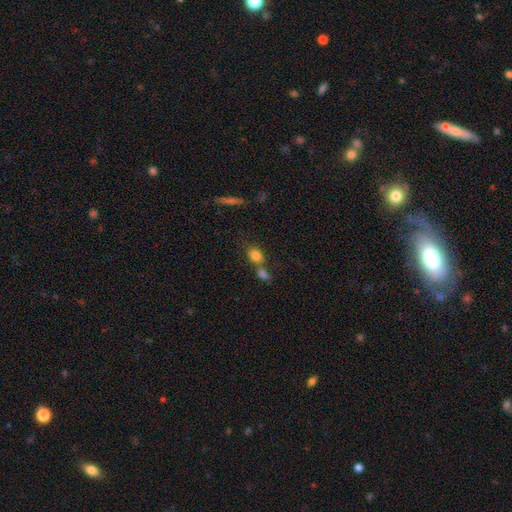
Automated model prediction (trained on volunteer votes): The model was most divided on "merging": none: 44%, merger: 42%, minor disturbance: 10%, major disturbance: 4%. More confident: smooth or featured — smooth (81%); how rounded — in between (68%).